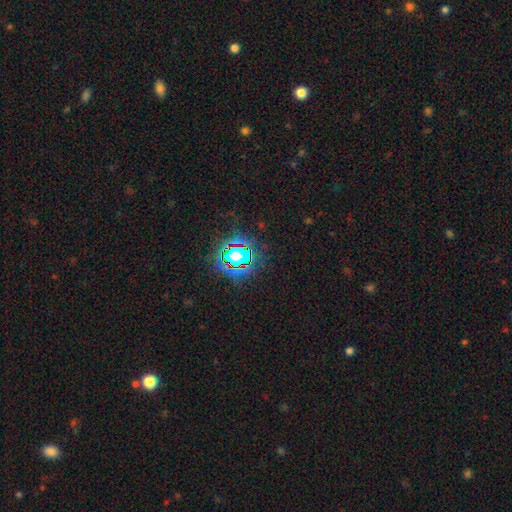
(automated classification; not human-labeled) Smooth or featured: star or artifact — 80% (smooth — 13%)